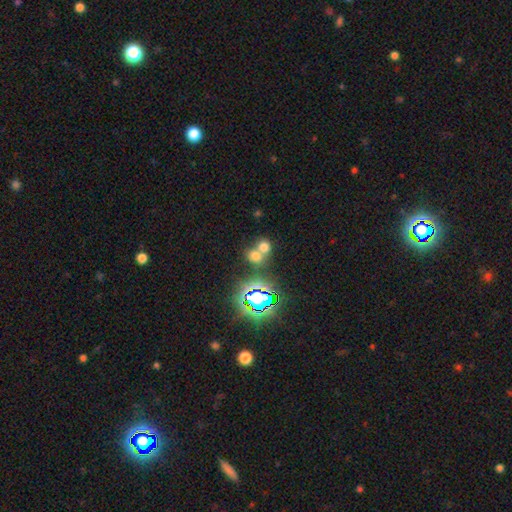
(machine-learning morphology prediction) Q: Smooth or featured?
A: smooth (60%); runner-up: star or artifact (27%)
Q: How rounded?
A: round (65%); runner-up: in between (34%)
Q: Merging?
A: merger (53%); runner-up: none (37%)